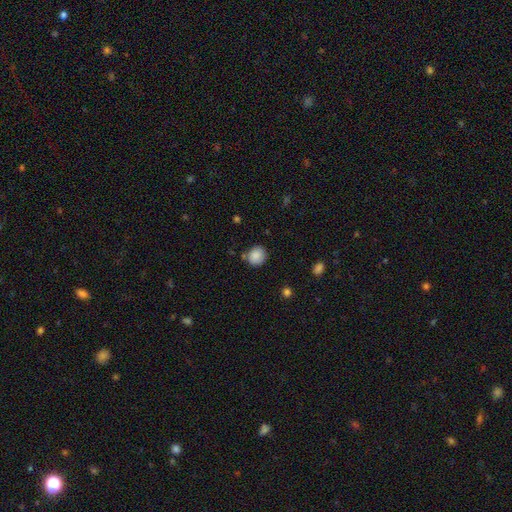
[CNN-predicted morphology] This appears to be a smooth galaxy with no disk features (88%) that is round (81%). Merging: none (77%).